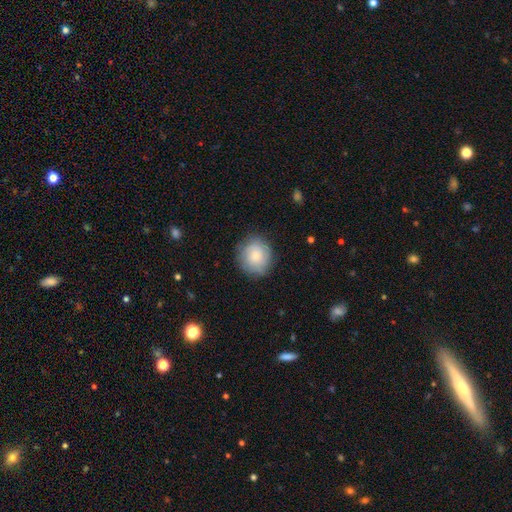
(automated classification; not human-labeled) Overall: smooth (76%). How rounded: round (82%). Merging: none (82%).